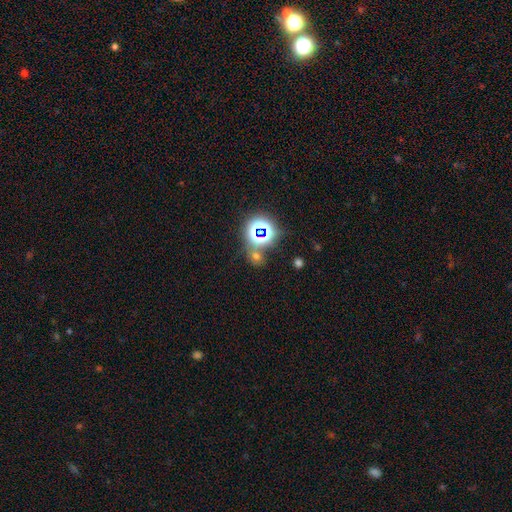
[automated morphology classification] A star or artifact, not a galaxy (75%).

Vote fractions:
- Smooth or featured? star or artifact: 75% / smooth: 16% / featured or disk: 9%